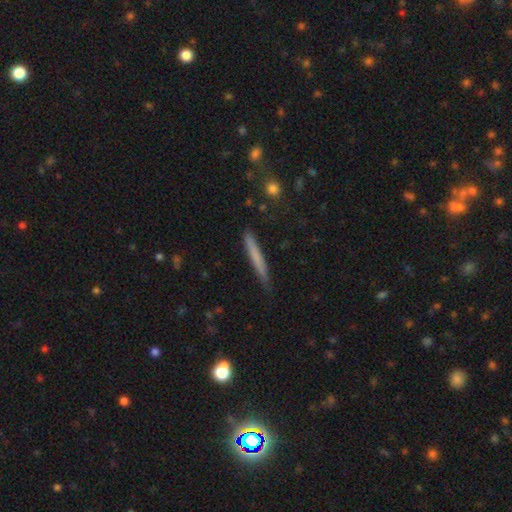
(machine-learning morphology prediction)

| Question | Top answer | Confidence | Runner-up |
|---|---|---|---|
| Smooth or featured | smooth | 67% | featured or disk (27%) |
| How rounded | cigar-shaped | 96% | in between (2%) |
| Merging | none | 82% | minor disturbance (14%) |